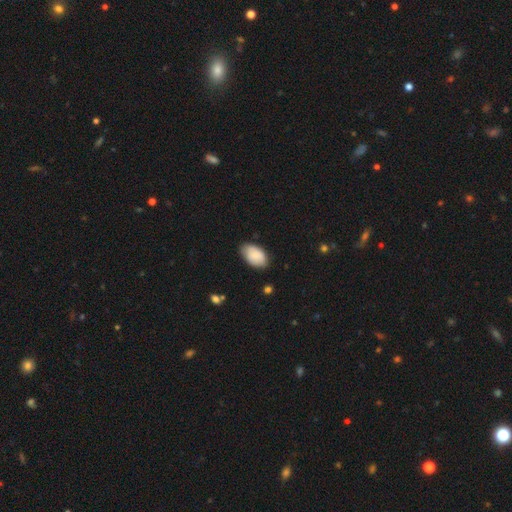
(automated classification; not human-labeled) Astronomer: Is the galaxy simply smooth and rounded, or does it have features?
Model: smooth — 83%.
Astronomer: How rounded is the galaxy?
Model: in between — 93%.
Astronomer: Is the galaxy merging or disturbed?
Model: none — 73%.